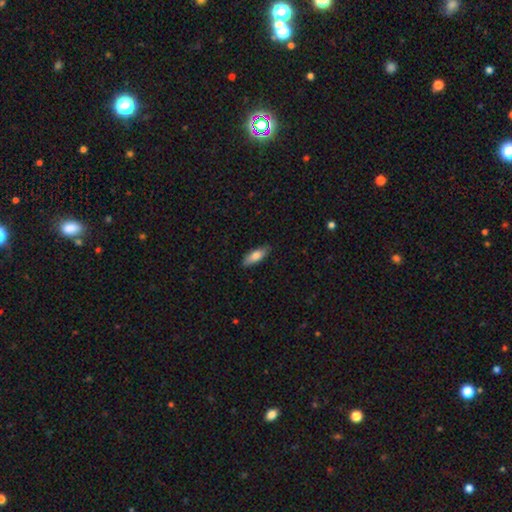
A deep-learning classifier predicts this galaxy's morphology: This is likely a smooth galaxy (78%). How rounded: likely in between (66%). Merging: clearly none (86%).